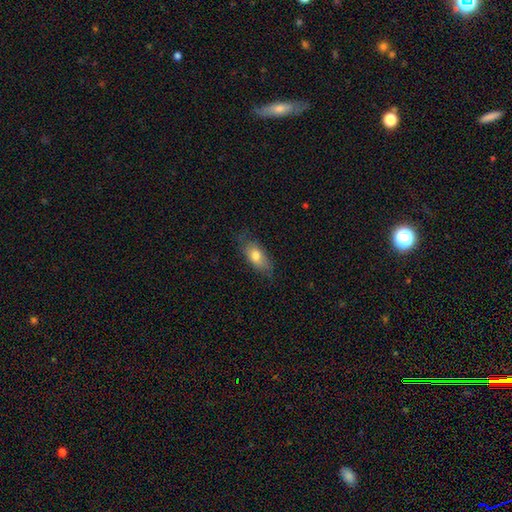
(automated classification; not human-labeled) smooth-or-featured: smooth: 75% | featured or disk: 18% | star or artifact: 7%
  how-rounded: in between: 86% | cigar-shaped: 10% | round: 4%
  merging: none: 71% | minor disturbance: 23% | major disturbance: 6% | merger: 1%